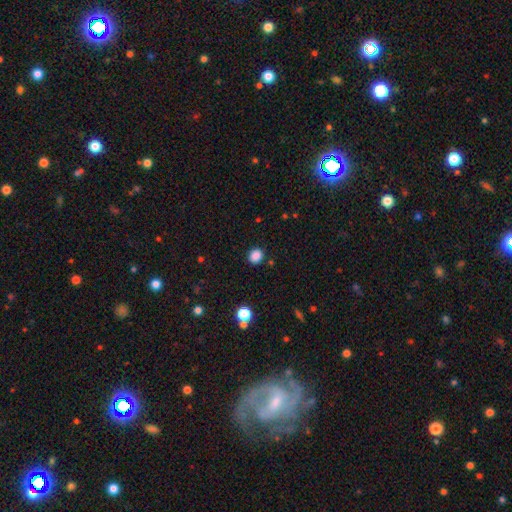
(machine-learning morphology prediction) This is clearly a smooth galaxy (86%). How rounded: likely round (77%). Merging: clearly none (88%).